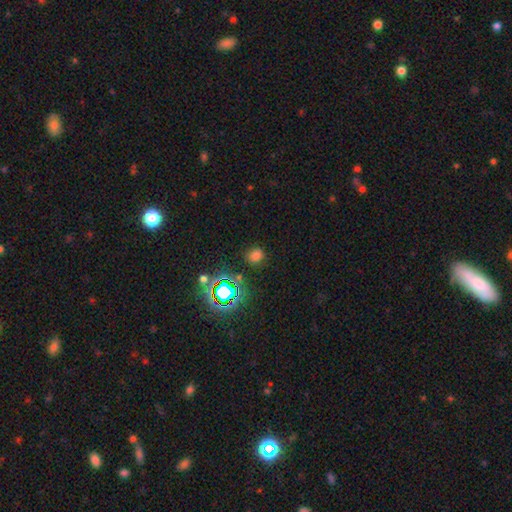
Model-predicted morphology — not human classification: The model was most divided on "smooth or featured": smooth: 68%, star or artifact: 27%, featured or disk: 6%. More confident: merging — none (84%); how rounded — round (76%).